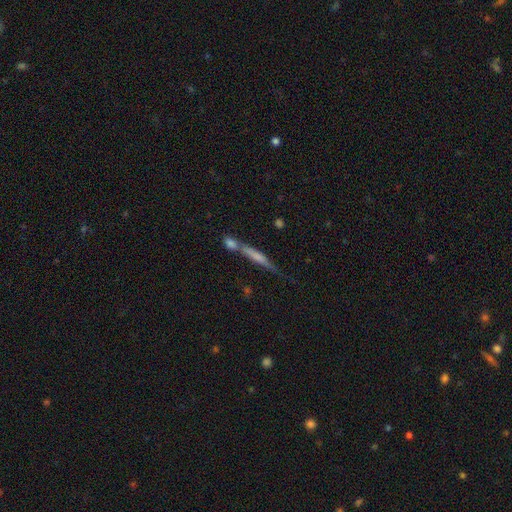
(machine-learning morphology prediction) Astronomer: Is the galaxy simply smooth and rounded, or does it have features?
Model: featured or disk — 47% (runner-up: smooth, 45%).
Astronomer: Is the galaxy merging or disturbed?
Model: none — 46% (runner-up: merger, 36%).